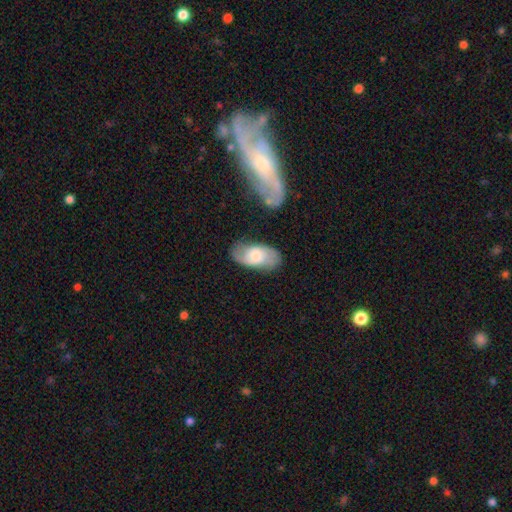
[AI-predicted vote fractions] Smooth or featured? Predicted: featured or disk (p=0.52). Edge-on disk? Predicted: no (p=0.92). Merging? Predicted: none (p=0.69).